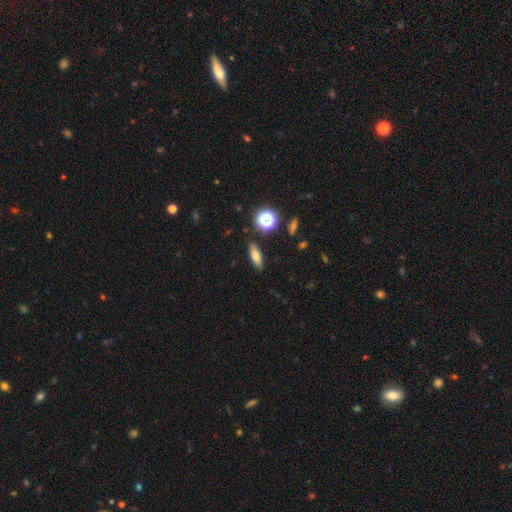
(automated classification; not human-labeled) A smooth galaxy with no disk features (69%) that is in between round and cigar-shaped (57%).

Vote fractions:
- Smooth or featured? smooth: 69% / featured or disk: 19% / star or artifact: 12%
- How rounded? in between: 57% / cigar-shaped: 36% / round: 7%
- Merging? none: 87% / minor disturbance: 8% / merger: 2% / major disturbance: 2%